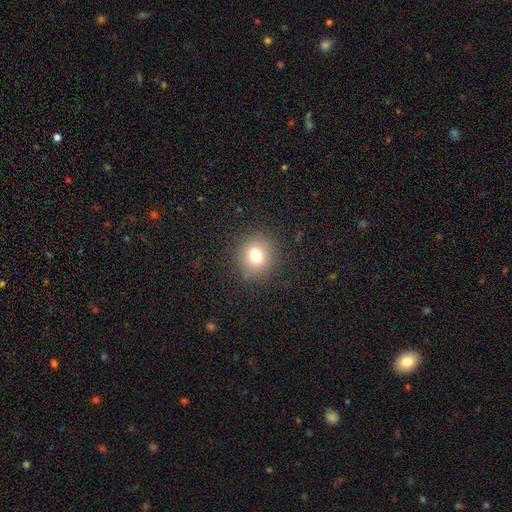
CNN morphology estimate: Smooth or featured? smooth (77%)
How rounded? round (86%)
Merging? none (88%)